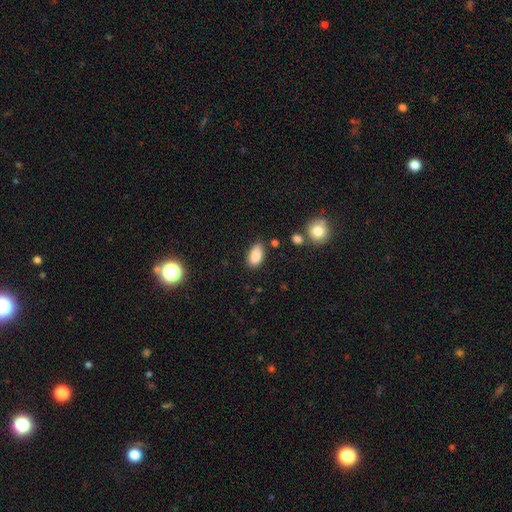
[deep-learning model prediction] Smooth or featured: smooth — 87% (star or artifact — 8%)
How rounded: in between — 92% (round — 4%)
Merging: none — 79% (minor disturbance — 15%)